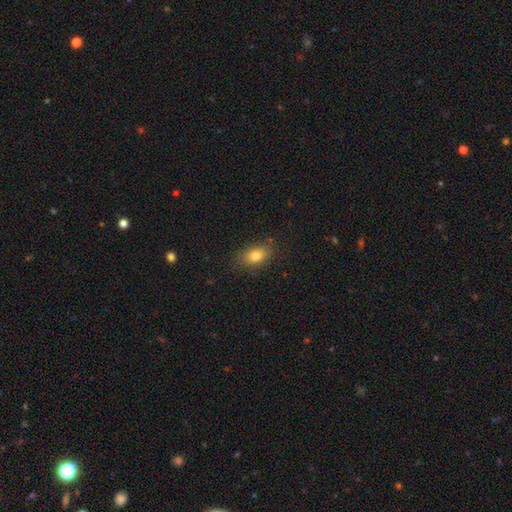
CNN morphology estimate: smooth-or-featured: smooth: 79% | featured or disk: 11% | star or artifact: 10%
  how-rounded: in between: 83% | round: 14% | cigar-shaped: 3%
  merging: none: 82% | minor disturbance: 13% | major disturbance: 3% | merger: 1%